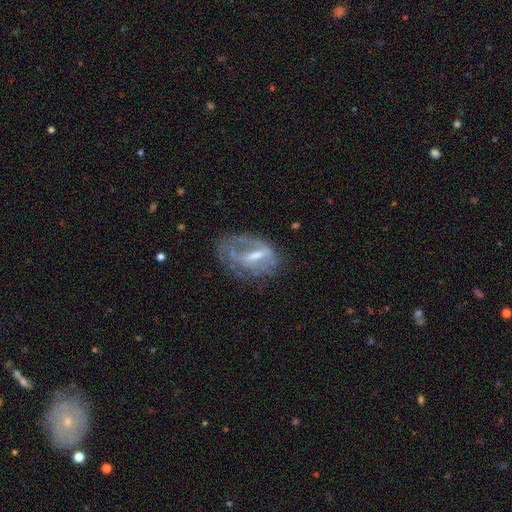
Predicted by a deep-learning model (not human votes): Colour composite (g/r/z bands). It shows a featured or disk galaxy (68%) with a weak bar (44%), spiral arms (55%) and a moderate central bulge (44%). Merging: none (45%).